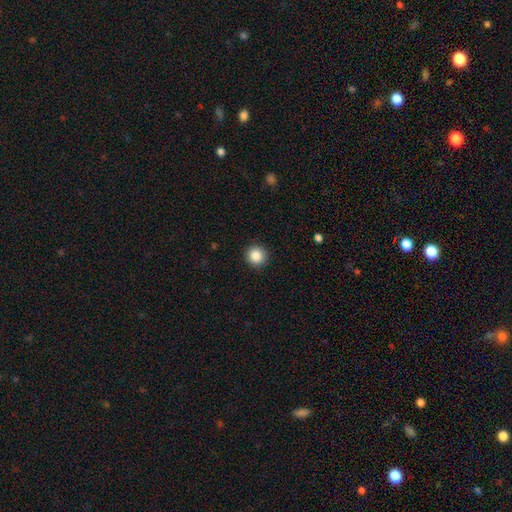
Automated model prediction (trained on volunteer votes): A smooth galaxy with no disk features (87%) that is round (94%). Merging: none (92%).